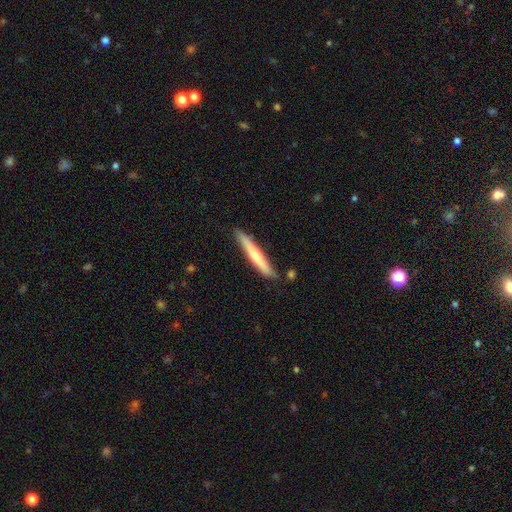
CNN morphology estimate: Smooth or featured?
  - smooth: 58% *
  - featured or disk: 37%
  - star or artifact: 5%
How rounded?
  - cigar-shaped: 95% *
  - in between: 4%
  - round: 1%
Merging?
  - none: 85% *
  - minor disturbance: 11%
  - merger: 3%
  - major disturbance: 2%